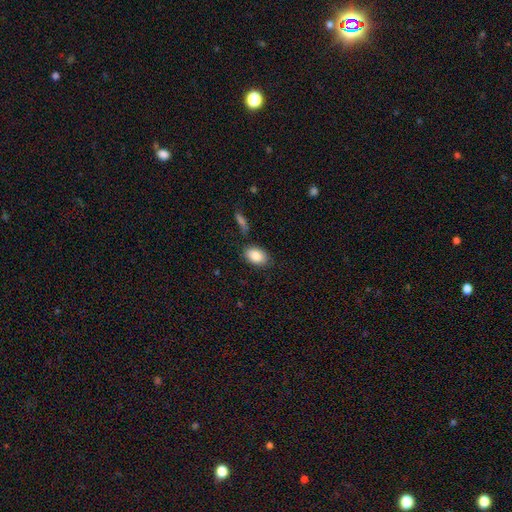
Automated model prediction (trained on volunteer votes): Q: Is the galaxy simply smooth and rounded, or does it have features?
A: smooth — 86%.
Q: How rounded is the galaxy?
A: in between — 88%.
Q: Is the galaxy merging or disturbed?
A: none — 79%.